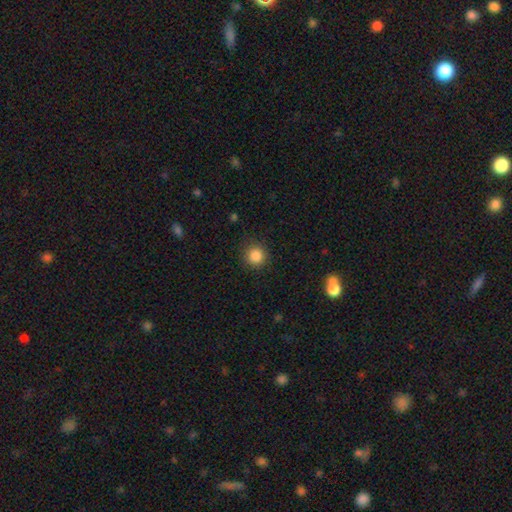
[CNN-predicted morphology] Smooth or featured?
  - smooth: 86% *
  - star or artifact: 11%
  - featured or disk: 3%
How rounded?
  - round: 94% *
  - in between: 5%
  - cigar-shaped: 1%
Merging?
  - none: 89% *
  - minor disturbance: 8%
  - major disturbance: 3%
  - merger: 1%